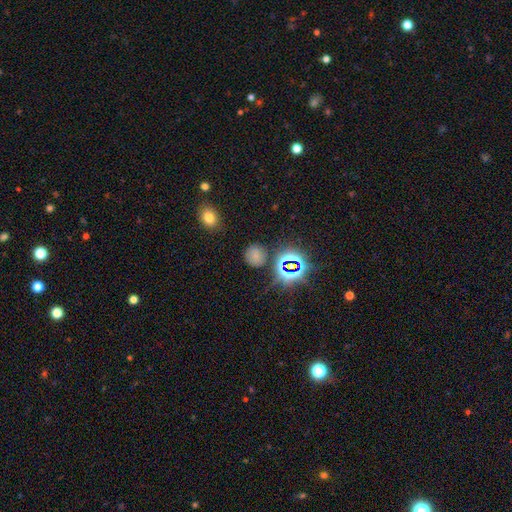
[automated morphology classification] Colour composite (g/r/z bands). It shows a smooth galaxy with no disk features (64%) that is round (81%). Merging: none (81%).